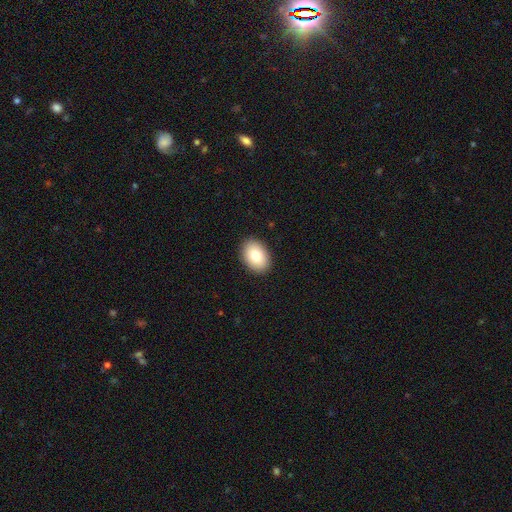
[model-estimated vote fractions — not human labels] This is clearly a smooth galaxy (83%). How rounded: clearly in between (81%). Merging: clearly none (90%).